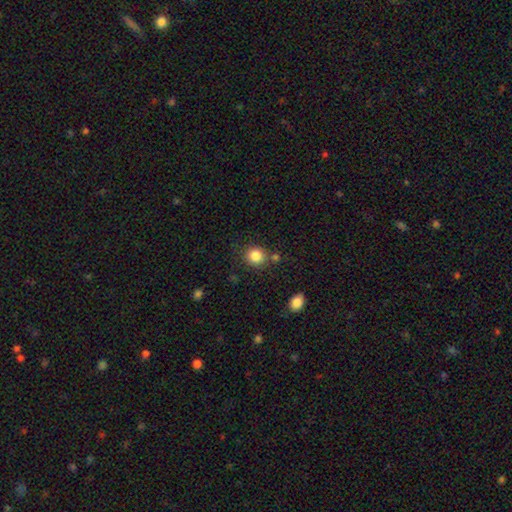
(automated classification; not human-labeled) This is clearly a smooth galaxy (85%). How rounded: clearly round (84%). Merging: likely none (77%).